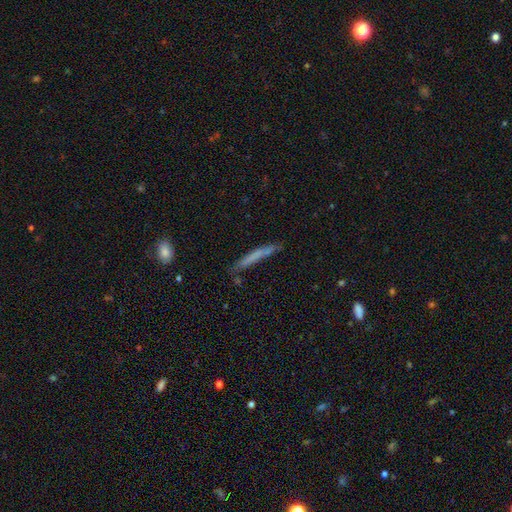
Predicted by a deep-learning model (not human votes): Morphology: type=smooth (62%); roundness=cigar-shaped (96%); merging=none (74%).